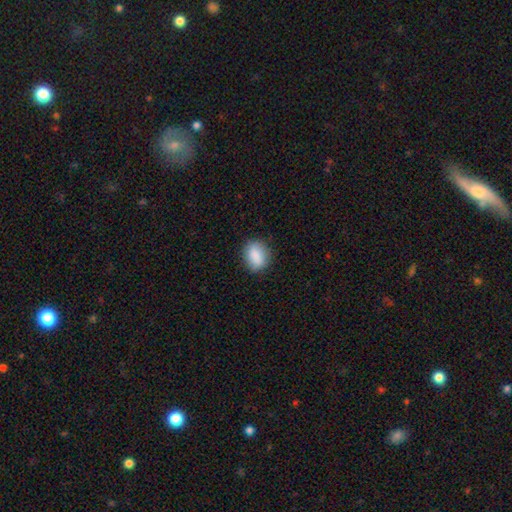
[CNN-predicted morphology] Smooth or featured?
  - smooth: 87% *
  - star or artifact: 7%
  - featured or disk: 5%
How rounded?
  - in between: 65% *
  - round: 33%
  - cigar-shaped: 2%
Merging?
  - none: 83% *
  - minor disturbance: 13%
  - major disturbance: 3%
  - merger: 1%